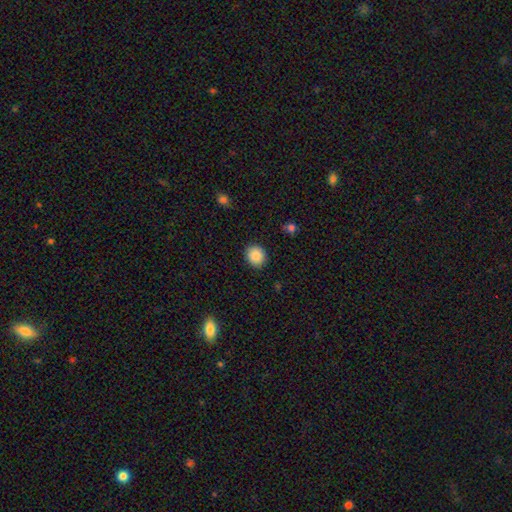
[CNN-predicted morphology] This appears to be a smooth galaxy with no disk features (88%) that is round (81%). Merging: none (90%).